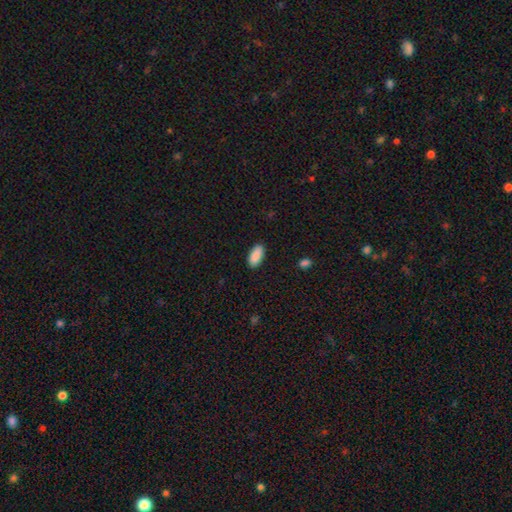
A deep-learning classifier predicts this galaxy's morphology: Smooth or featured? smooth (90%)
How rounded? in between (90%)
Merging? none (88%)